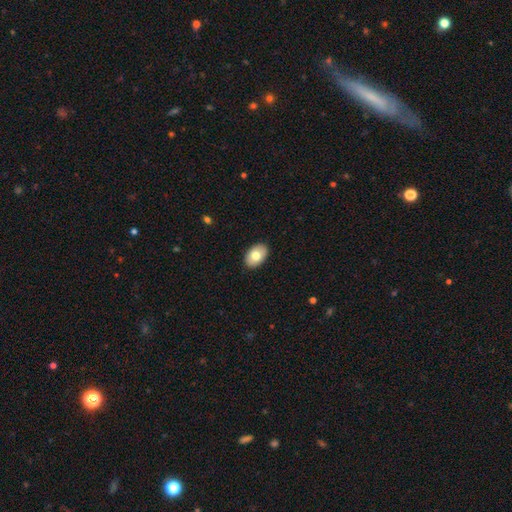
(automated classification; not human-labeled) The model was most divided on "smooth or featured": smooth: 77%, featured or disk: 16%, star or artifact: 7%. More confident: how rounded — in between (90%); merging — none (90%).